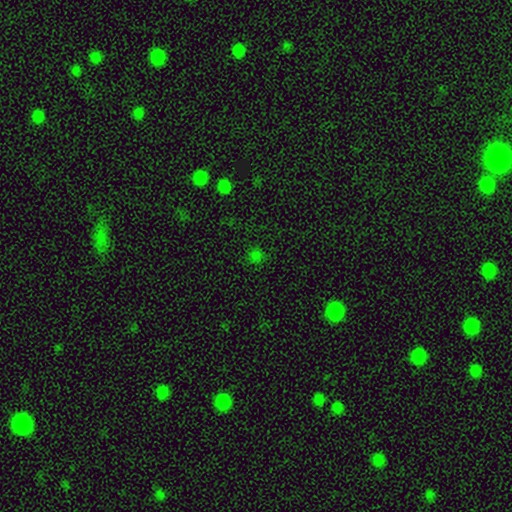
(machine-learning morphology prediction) The model was most divided on "smooth or featured": smooth: 65%, star or artifact: 30%, featured or disk: 5%. More confident: how rounded — round (89%); merging — none (86%).